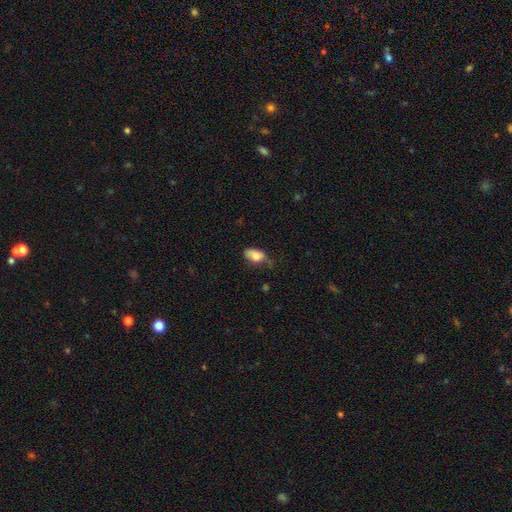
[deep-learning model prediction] Smooth or featured?
  - smooth: 79% *
  - featured or disk: 13%
  - star or artifact: 7%
How rounded?
  - in between: 91% *
  - round: 6%
  - cigar-shaped: 3%
Merging?
  - none: 46% *
  - minor disturbance: 39%
  - major disturbance: 12%
  - merger: 3%